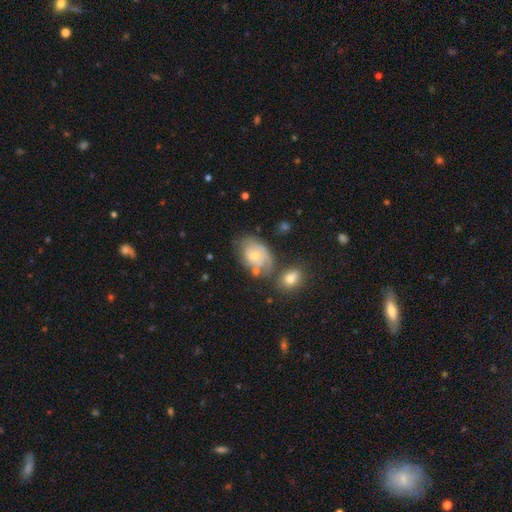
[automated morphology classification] Overall: featured or disk (55%; smooth 37%). Edge-on disk: no (96%). Bar: no (78%). Spiral arms: yes (72%). Bulge size: small (51%; moderate 43%). Merging: none (44%; minor disturbance 25%).